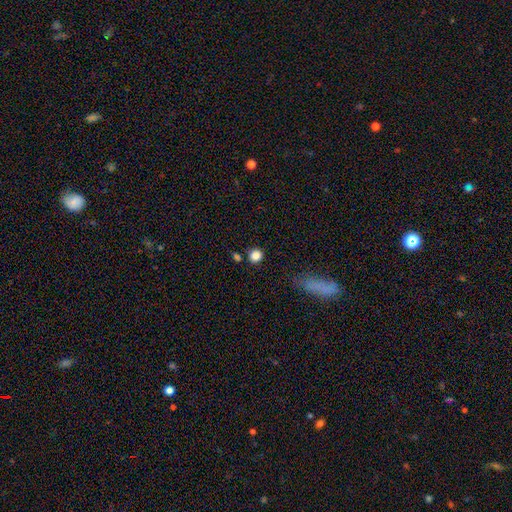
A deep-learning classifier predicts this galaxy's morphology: Q: Smooth or featured?
A: smooth (84%); runner-up: star or artifact (12%)
Q: How rounded?
A: round (87%); runner-up: in between (12%)
Q: Merging?
A: none (81%); runner-up: minor disturbance (8%)